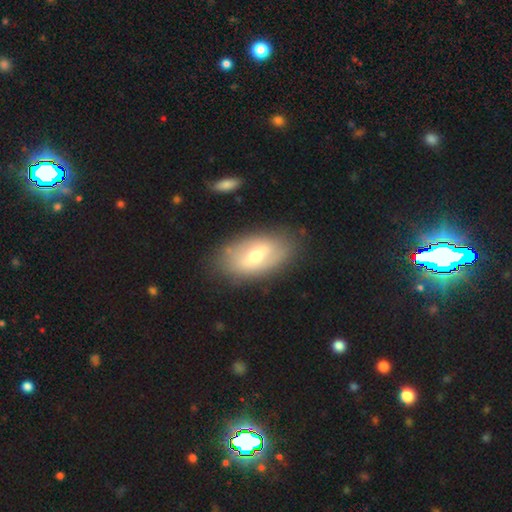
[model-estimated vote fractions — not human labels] smooth_or_featured: featured or disk (p=0.49) [alt: smooth p=0.44]
merging: none (p=0.80) [alt: minor disturbance p=0.14]